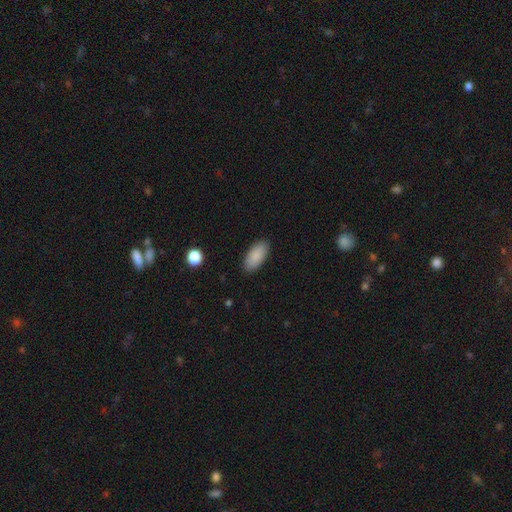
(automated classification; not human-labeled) This is clearly a smooth galaxy (88%). How rounded: clearly in between (91%). Merging: clearly none (88%).